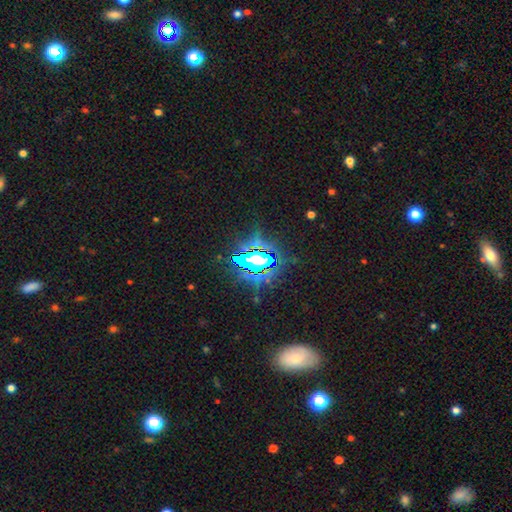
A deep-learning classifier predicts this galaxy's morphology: Smooth or featured? Predicted: star or artifact (p=0.81).